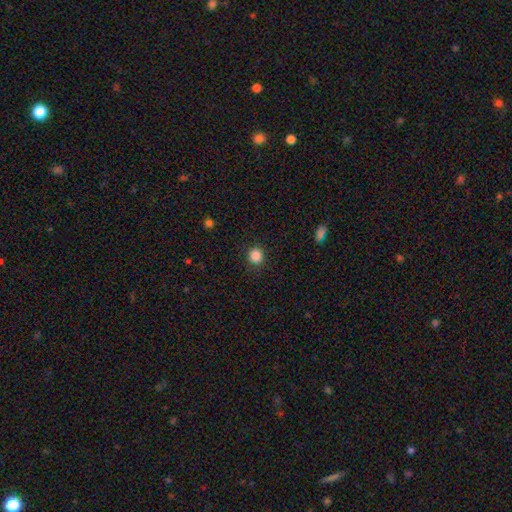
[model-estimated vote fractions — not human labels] The model was most divided on "smooth or featured": smooth: 86%, star or artifact: 11%, featured or disk: 3%. More confident: how rounded — round (90%); merging — none (89%).